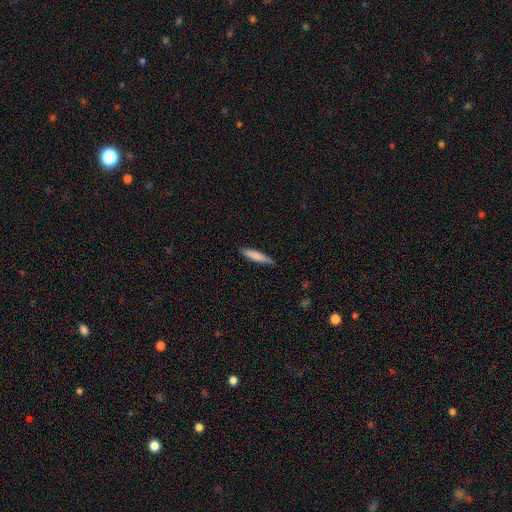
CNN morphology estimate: A smooth galaxy with no disk features (80%) that is cigar-shaped (86%).

Vote fractions:
- Smooth or featured? smooth: 80% / featured or disk: 14% / star or artifact: 6%
- How rounded? cigar-shaped: 86% / in between: 13% / round: 1%
- Merging? none: 84% / minor disturbance: 13% / major disturbance: 2% / merger: 1%